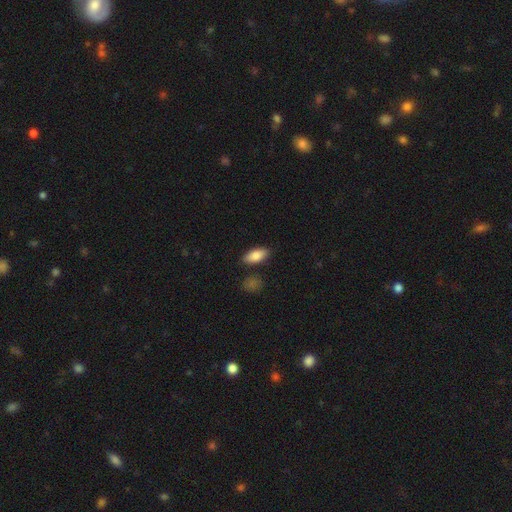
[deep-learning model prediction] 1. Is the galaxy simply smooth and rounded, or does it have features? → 84% smooth, 10% featured or disk, 6% star or artifact.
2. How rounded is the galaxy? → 86% in between, 11% cigar-shaped, 3% round.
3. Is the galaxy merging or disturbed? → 84% none, 10% minor disturbance, 3% merger, 2% major disturbance.